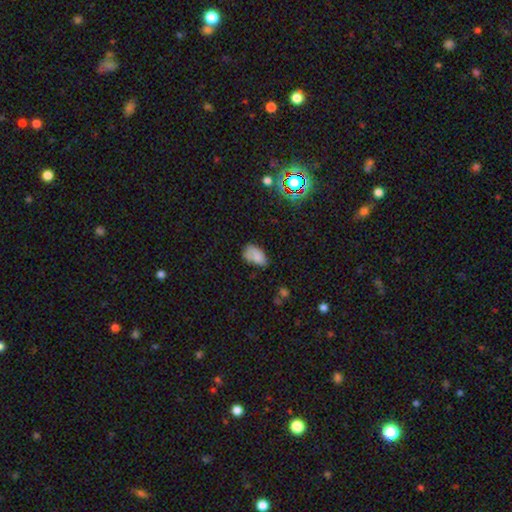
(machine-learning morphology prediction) smooth 77%, featured or disk 12%, star or artifact 11%. Down the decision tree: how rounded — in between (91%); merging — none (51%).